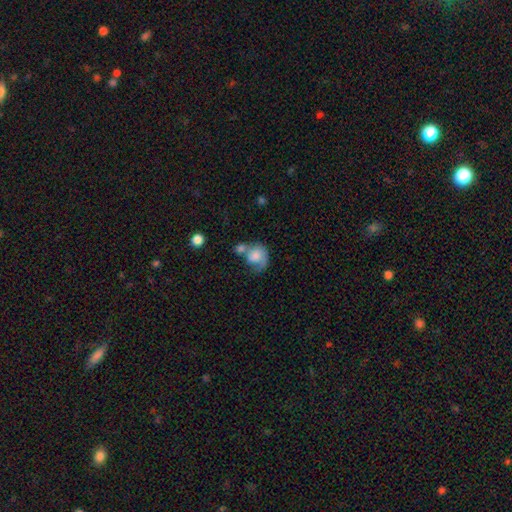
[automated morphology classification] A smooth galaxy with no disk features (64%) that is round (57%). Merging: merger (40%).